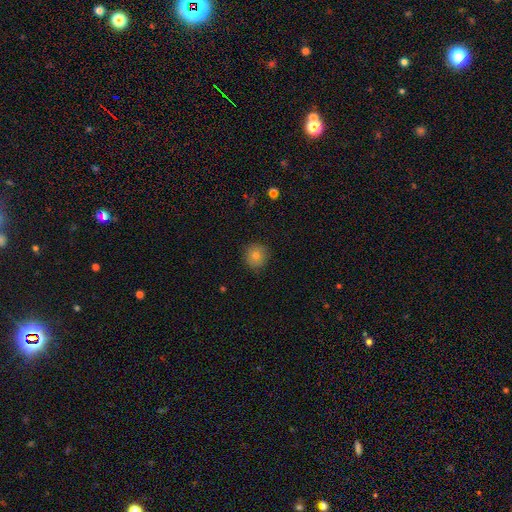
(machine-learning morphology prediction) Smooth or featured: smooth — 78% (star or artifact — 11%)
How rounded: round — 94% (in between — 5%)
Merging: none — 88% (minor disturbance — 9%)